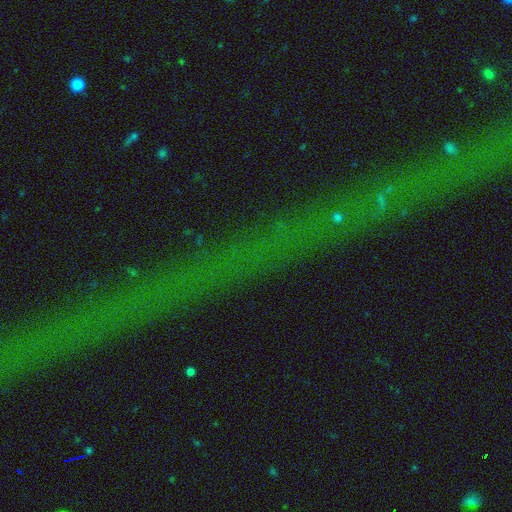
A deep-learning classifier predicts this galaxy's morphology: This is likely a star or artifact rather than a galaxy (69%).